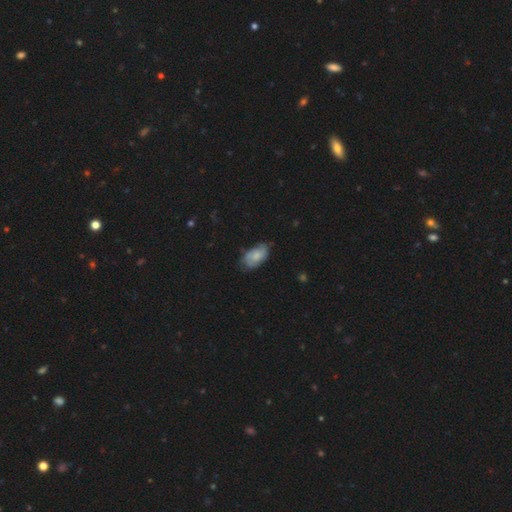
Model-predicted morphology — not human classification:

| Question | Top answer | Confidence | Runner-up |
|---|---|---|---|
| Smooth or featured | smooth | 56% | featured or disk (37%) |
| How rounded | in between | 92% | round (5%) |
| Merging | none | 63% | minor disturbance (28%) |